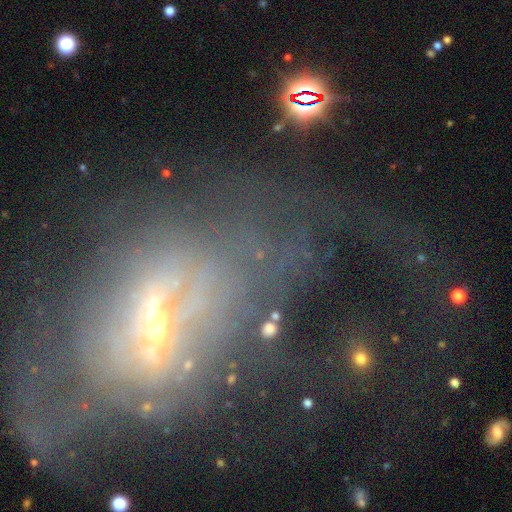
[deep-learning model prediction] Q: Smooth or featured?
A: featured or disk (61%); runner-up: smooth (20%)
Q: Edge-on disk?
A: no (75%); runner-up: yes (25%)
Q: Merging?
A: major disturbance (50%); runner-up: none (29%)